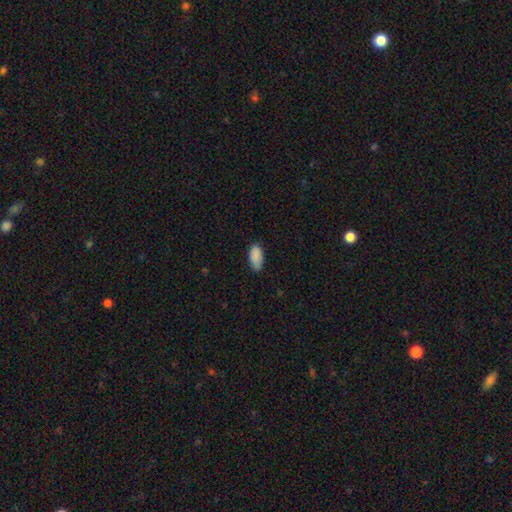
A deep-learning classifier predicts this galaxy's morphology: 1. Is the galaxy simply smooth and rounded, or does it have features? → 89% smooth, 7% star or artifact, 4% featured or disk.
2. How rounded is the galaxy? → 93% in between, 4% cigar-shaped, 2% round.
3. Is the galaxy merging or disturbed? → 77% none, 19% minor disturbance, 3% major disturbance, 1% merger.